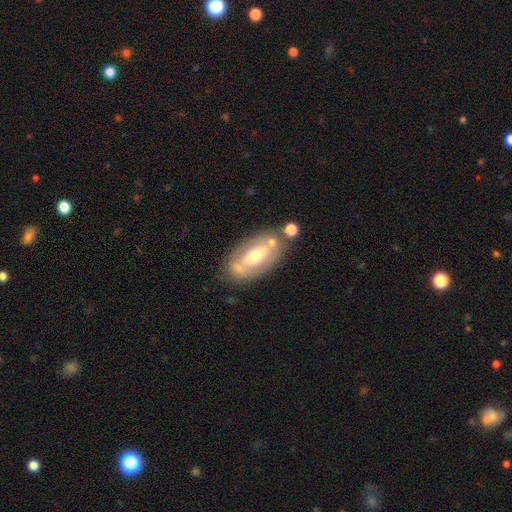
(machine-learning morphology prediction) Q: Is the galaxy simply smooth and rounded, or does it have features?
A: featured or disk — 54%.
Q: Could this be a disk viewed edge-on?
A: no — 84%.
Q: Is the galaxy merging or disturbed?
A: none — 63%.